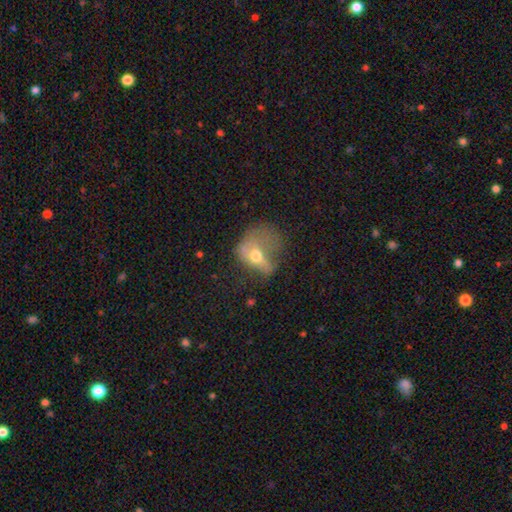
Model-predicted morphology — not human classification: Smooth or featured: smooth — 46% (featured or disk — 40%)
Merging: major disturbance — 51% (minor disturbance — 23%)